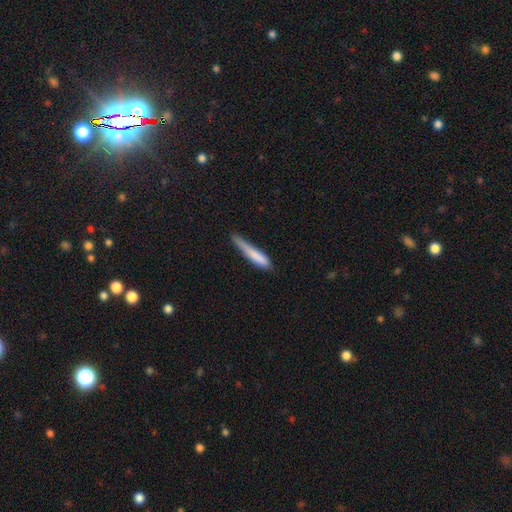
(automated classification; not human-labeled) Q: Smooth or featured?
A: smooth (77%); runner-up: featured or disk (17%)
Q: How rounded?
A: cigar-shaped (91%); runner-up: in between (7%)
Q: Merging?
A: none (53%); runner-up: minor disturbance (34%)